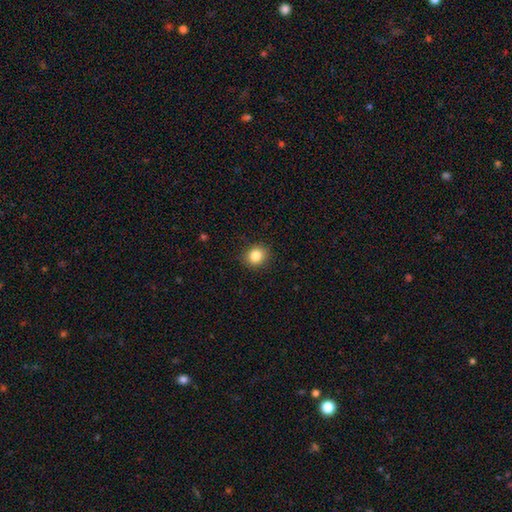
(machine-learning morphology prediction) smooth 85%, star or artifact 10%, featured or disk 5%. Down the decision tree: how rounded — round (79%); merging — none (89%).